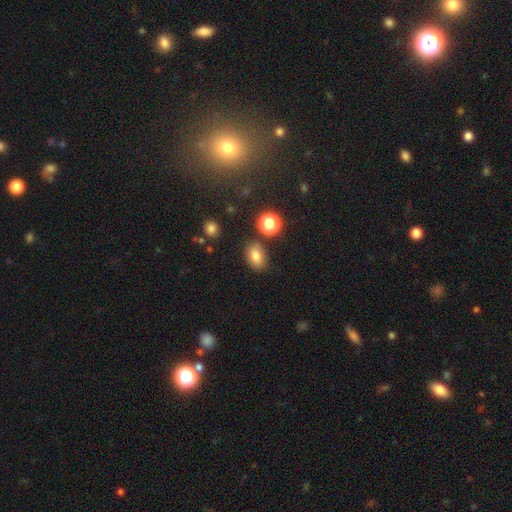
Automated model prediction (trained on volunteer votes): The model was most divided on "how rounded": in between: 75%, round: 23%, cigar-shaped: 1%. More confident: merging — none (79%); smooth or featured — smooth (78%).